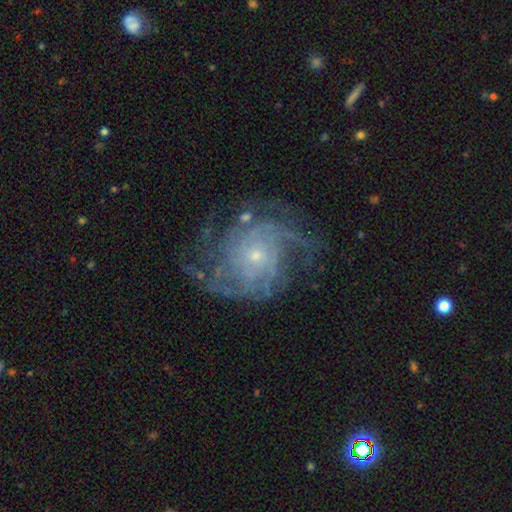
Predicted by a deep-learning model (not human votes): smooth_or_featured: featured or disk (p=0.87) [alt: star or artifact p=0.07]
disk_edge_on: no (p=0.98) [alt: yes p=0.02]
bar: no (p=0.77) [alt: weak p=0.19]
has_spiral_arms: yes (p=0.95) [alt: no p=0.05]
spiral_winding: tight (p=0.52) [alt: medium p=0.36]
spiral_arm_count: can't tell (p=0.27) [alt: 4 p=0.21]
bulge_size: small (p=0.79) [alt: moderate p=0.16]
merging: none (p=0.67) [alt: minor disturbance p=0.18]